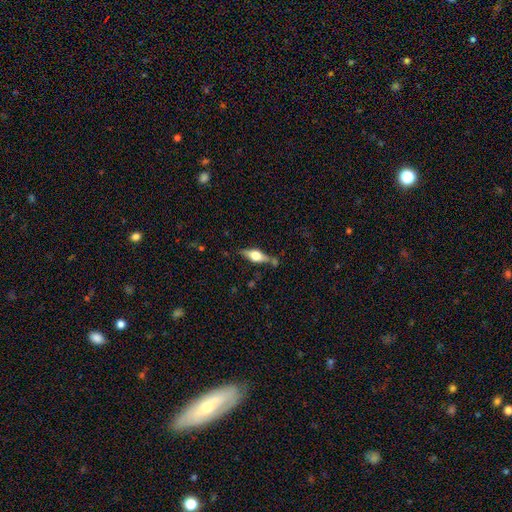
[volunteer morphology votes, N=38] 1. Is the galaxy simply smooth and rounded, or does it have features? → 66% smooth, 32% featured or disk, 3% star or artifact.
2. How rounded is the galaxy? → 84% in between, 16% cigar-shaped, 0% round.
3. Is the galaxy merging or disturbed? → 51% none, 27% minor disturbance, 11% major disturbance, 11% merger.